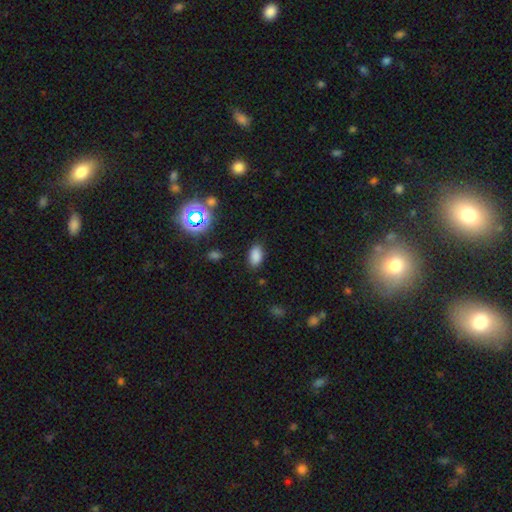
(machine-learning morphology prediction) Smooth or featured? smooth (81%)
How rounded? in between (90%)
Merging? none (85%)